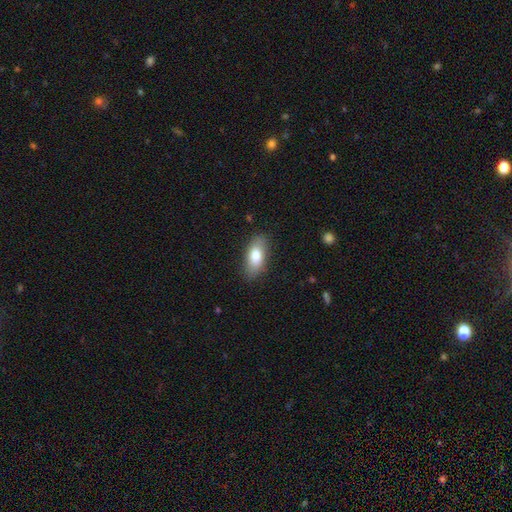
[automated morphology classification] type=smooth (79%); roundness=in between (85%); merging=none (84%).